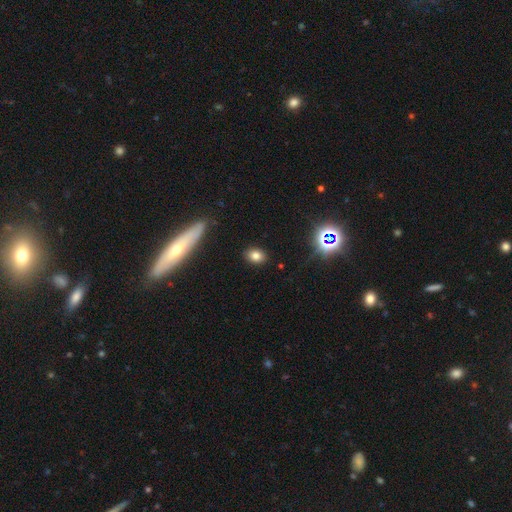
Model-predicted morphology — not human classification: Smooth or featured?
  - smooth: 78% *
  - star or artifact: 13%
  - featured or disk: 9%
How rounded?
  - in between: 71% *
  - round: 27%
  - cigar-shaped: 2%
Merging?
  - none: 87% *
  - minor disturbance: 9%
  - major disturbance: 2%
  - merger: 2%